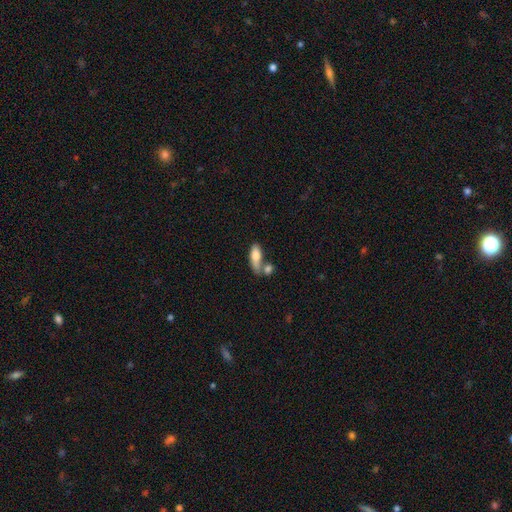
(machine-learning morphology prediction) Smooth or featured?
  - smooth: 74% *
  - featured or disk: 20%
  - star or artifact: 6%
How rounded?
  - in between: 66% *
  - cigar-shaped: 31%
  - round: 3%
Merging?
  - none: 42% *
  - merger: 37%
  - minor disturbance: 15%
  - major disturbance: 6%